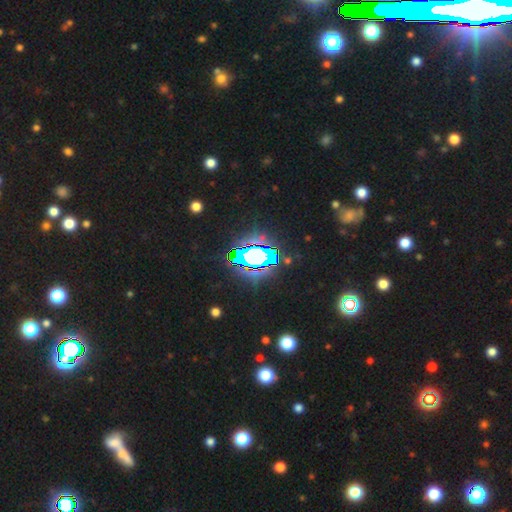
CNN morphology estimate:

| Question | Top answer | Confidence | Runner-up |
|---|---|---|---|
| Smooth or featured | star or artifact | 66% | smooth (18%) |